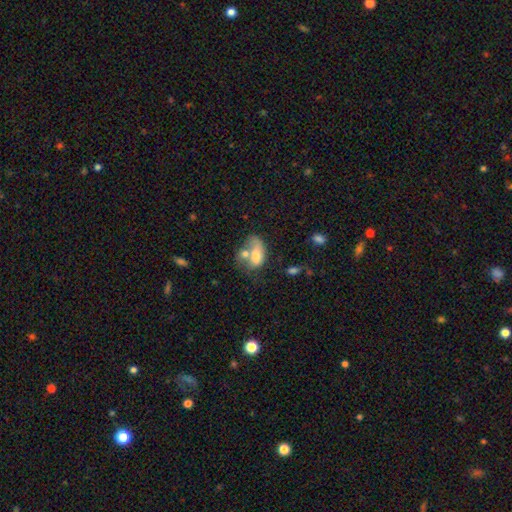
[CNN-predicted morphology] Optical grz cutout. It shows a smooth galaxy with no disk features (63%) that is in between round and cigar-shaped (86%). Merging: merger (51%).